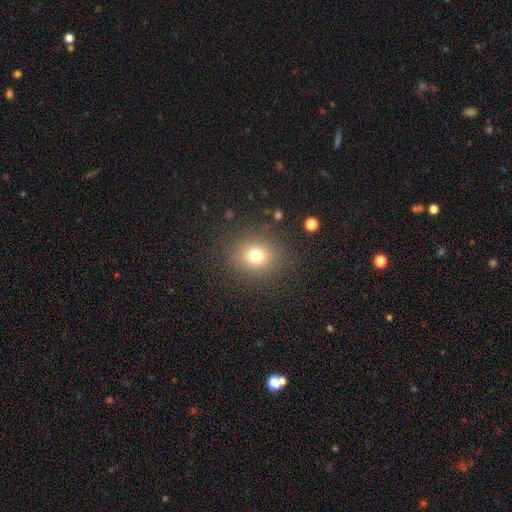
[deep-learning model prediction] Smooth or featured? smooth (74%)
How rounded? round (77%)
Merging? none (86%)